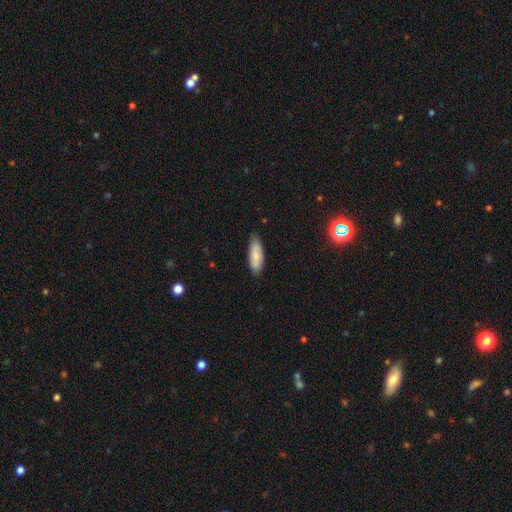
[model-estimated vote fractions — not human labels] Overall: smooth (79%). How rounded: in between (69%; cigar-shaped 29%). Merging: none (81%).